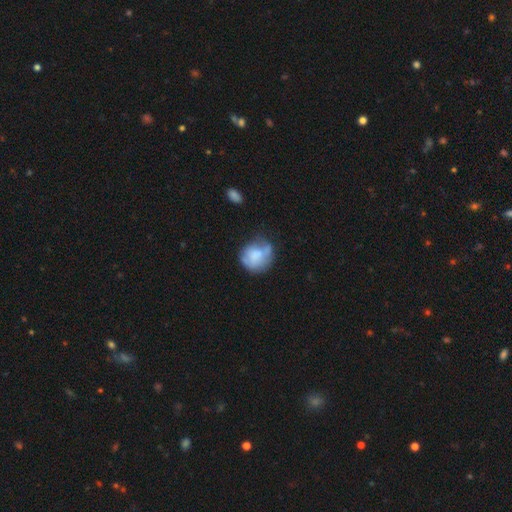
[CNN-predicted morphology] A smooth galaxy with no disk features (64%) that is round (77%). Merging: none (44%).